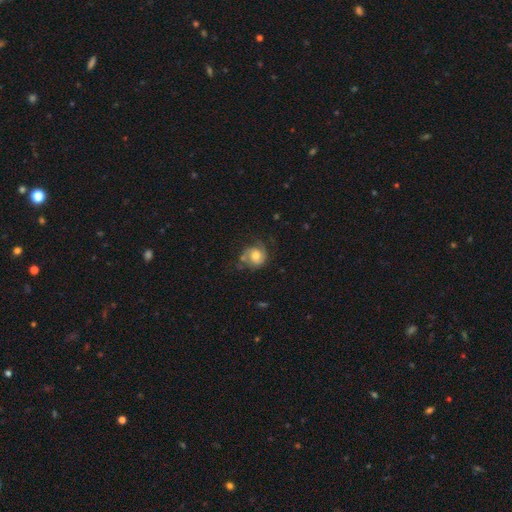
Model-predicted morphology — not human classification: Smooth or featured? Predicted: featured or disk (p=0.49). Merging? Predicted: none (p=0.54).